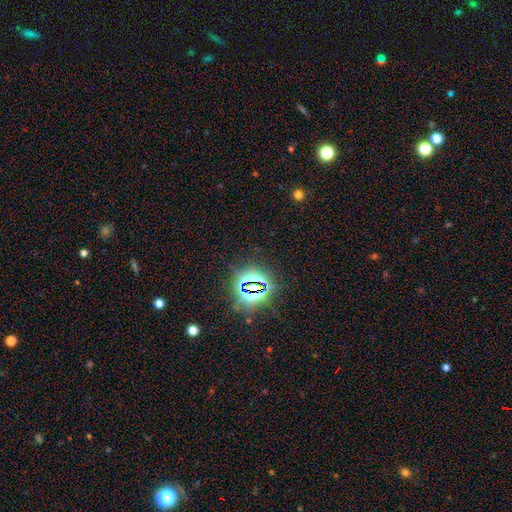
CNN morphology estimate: A star or artifact, not a galaxy (80%).

Vote fractions:
- Smooth or featured? star or artifact: 80% / smooth: 12% / featured or disk: 7%